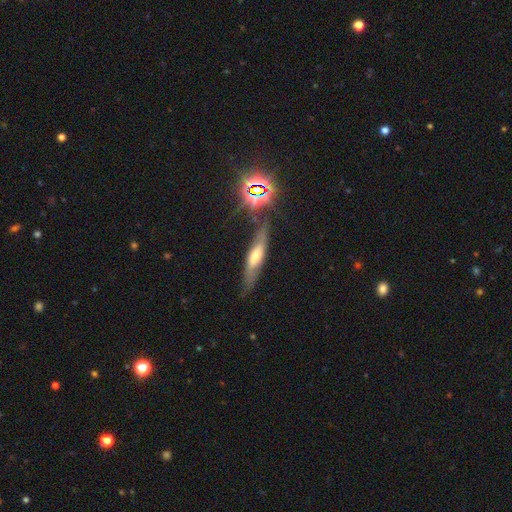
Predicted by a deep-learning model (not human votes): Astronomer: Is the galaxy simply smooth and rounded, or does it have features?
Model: featured or disk — 51% (runner-up: smooth, 36%).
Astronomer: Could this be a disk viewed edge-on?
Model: yes — 64%.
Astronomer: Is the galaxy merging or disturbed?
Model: none — 70%.